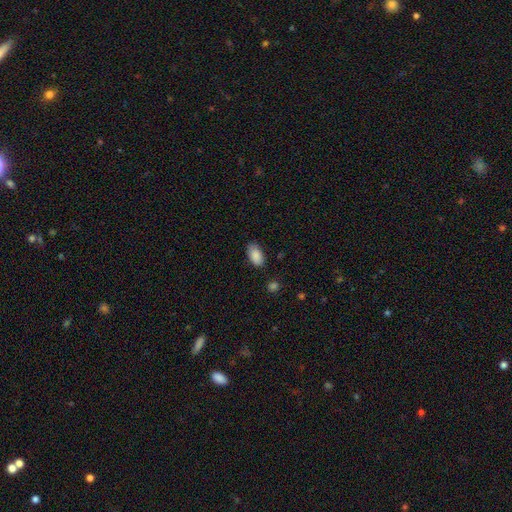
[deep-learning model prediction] smooth 88%, star or artifact 7%, featured or disk 5%. Down the decision tree: how rounded — in between (94%); merging — none (79%).